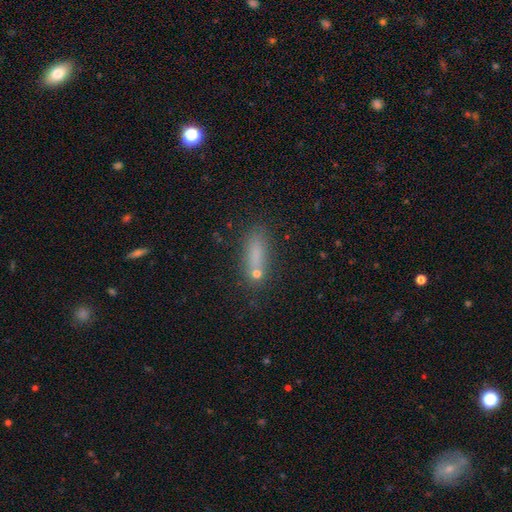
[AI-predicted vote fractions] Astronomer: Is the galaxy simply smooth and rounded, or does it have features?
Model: smooth — 74%.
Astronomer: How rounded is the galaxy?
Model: in between — 50% (runner-up: cigar-shaped, 45%).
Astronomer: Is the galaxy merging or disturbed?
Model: none — 69%.